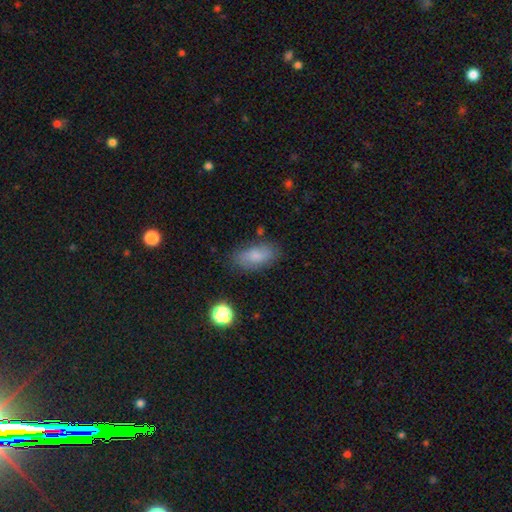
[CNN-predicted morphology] Smooth or featured? Predicted: smooth (p=0.72). How rounded? Predicted: in between (p=0.89). Merging? Predicted: none (p=0.76).